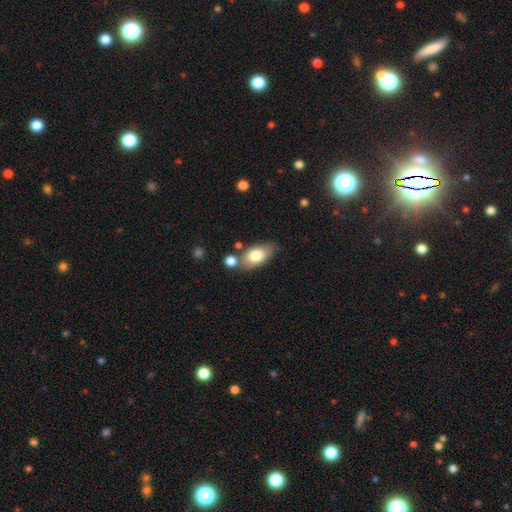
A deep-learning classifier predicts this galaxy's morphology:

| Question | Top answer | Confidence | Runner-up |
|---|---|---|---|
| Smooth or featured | smooth | 74% | featured or disk (19%) |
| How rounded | in between | 89% | round (7%) |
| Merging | none | 66% | minor disturbance (17%) |